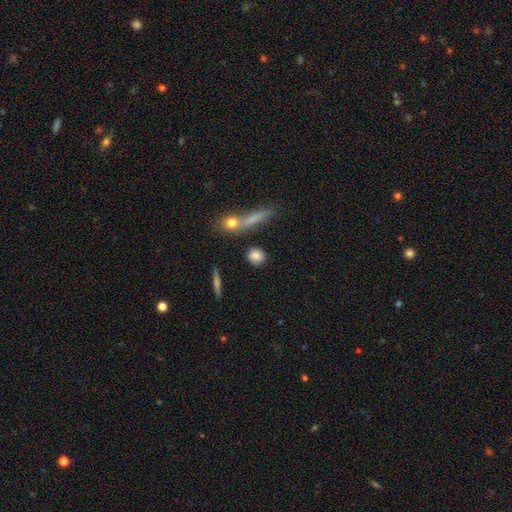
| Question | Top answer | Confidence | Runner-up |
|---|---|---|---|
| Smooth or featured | smooth | 87% | featured or disk (13%) |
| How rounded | round | 64% | in between (27%) |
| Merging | none | 79% | minor disturbance (8%) |